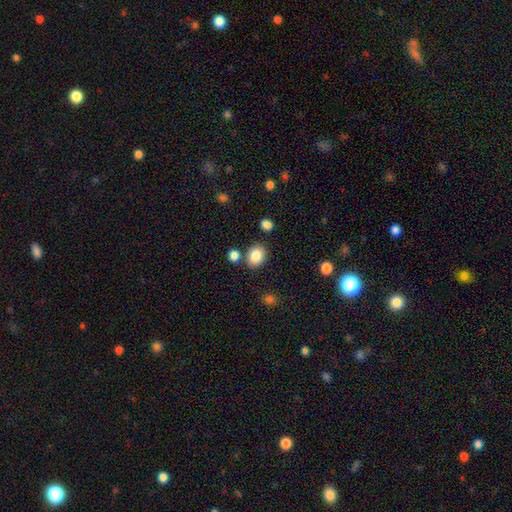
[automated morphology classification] This is clearly a smooth galaxy (85%). How rounded: possibly round (50%, tied with in between). Merging: clearly none (80%).